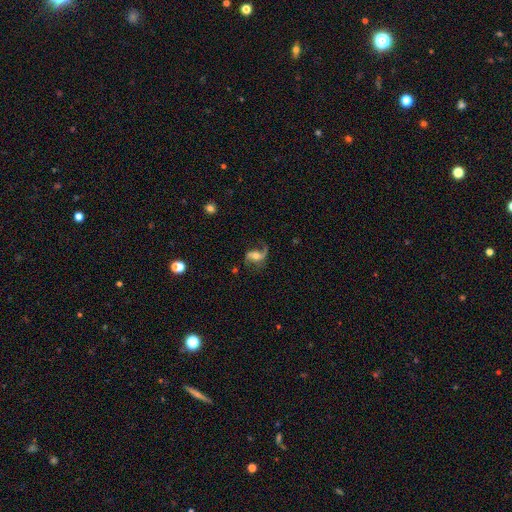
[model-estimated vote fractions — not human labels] featured or disk 80%, smooth 13%, star or artifact 8%. Down the decision tree: edge-on disk — no (96%); bar — no (44%); spiral arms — yes (94%); spiral arm count — 2 (72%); spiral winding — loose (66%); bulge size — moderate (61%); merging — none (58%).